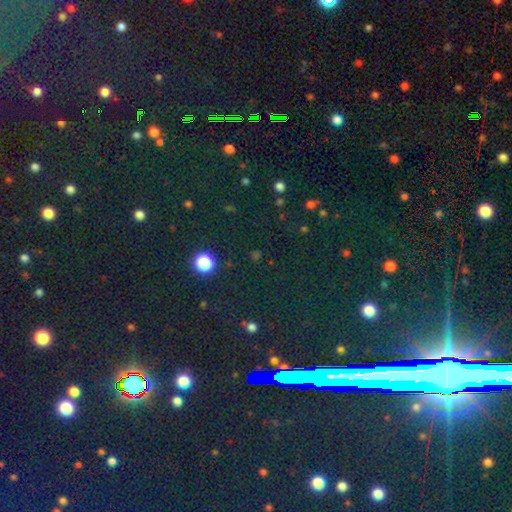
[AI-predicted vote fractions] Smooth or featured? star or artifact (54%)